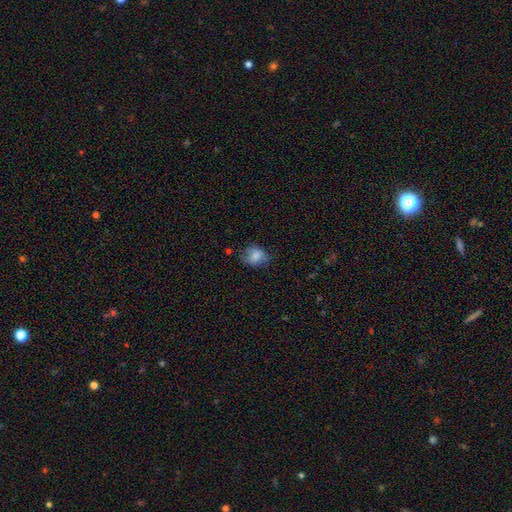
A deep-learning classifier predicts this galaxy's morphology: This appears to be a smooth galaxy with no disk features (79%) that is in between round and cigar-shaped (53%). Merging: none (61%).